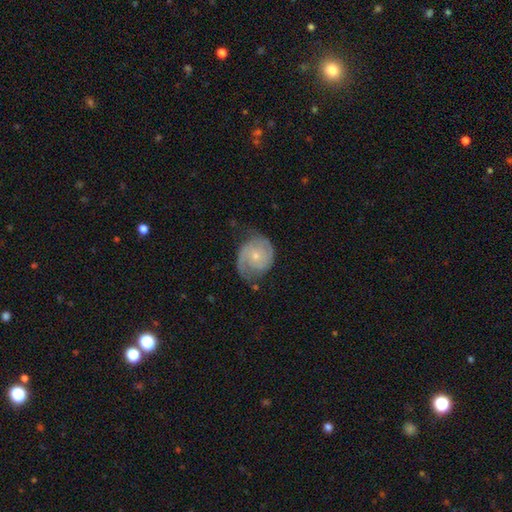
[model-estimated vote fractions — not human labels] A featured or disk galaxy (81%) with no bar (71%), 2 (75%) tight (48%) spiral arms (95%) and a small central bulge (66%). Merging: none (65%).